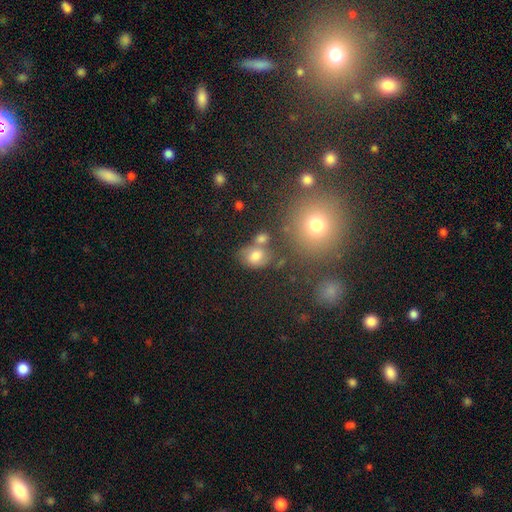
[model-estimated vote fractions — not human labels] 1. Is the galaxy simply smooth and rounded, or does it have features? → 71% smooth, 15% featured or disk, 15% star or artifact.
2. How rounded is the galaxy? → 53% in between, 46% round, 1% cigar-shaped.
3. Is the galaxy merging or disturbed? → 54% none, 23% merger, 16% minor disturbance, 7% major disturbance.